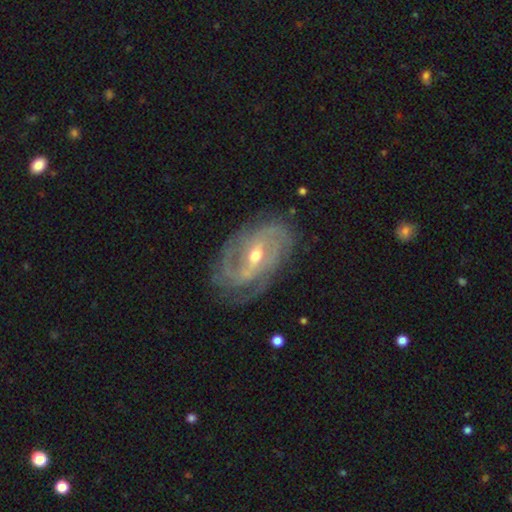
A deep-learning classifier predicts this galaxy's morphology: This appears to be a featured or disk galaxy (90%) with a weak bar (48%), 2 (33%) tight (59%) spiral arms (97%) and a moderate central bulge (60%). Merging: none (73%).